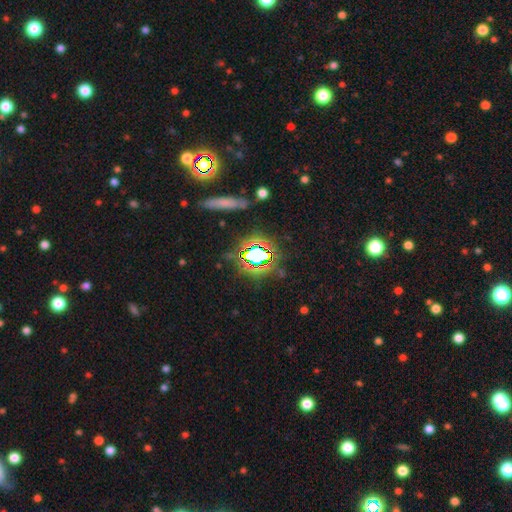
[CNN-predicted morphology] Smooth or featured?
  - star or artifact: 64% *
  - smooth: 23%
  - featured or disk: 12%